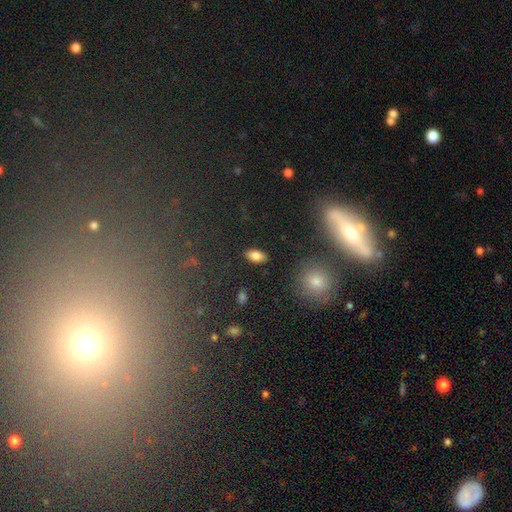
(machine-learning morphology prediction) The model was most divided on "smooth or featured": smooth: 82%, star or artifact: 10%, featured or disk: 8%. More confident: how rounded — in between (91%); merging — none (88%).